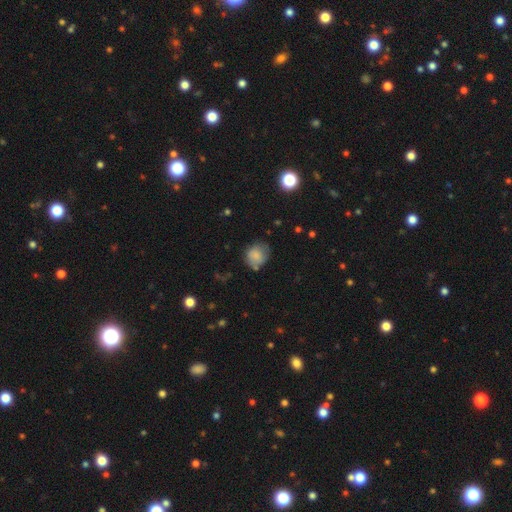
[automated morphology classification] Smooth or featured? smooth (81%)
How rounded? round (69%)
Merging? none (64%)